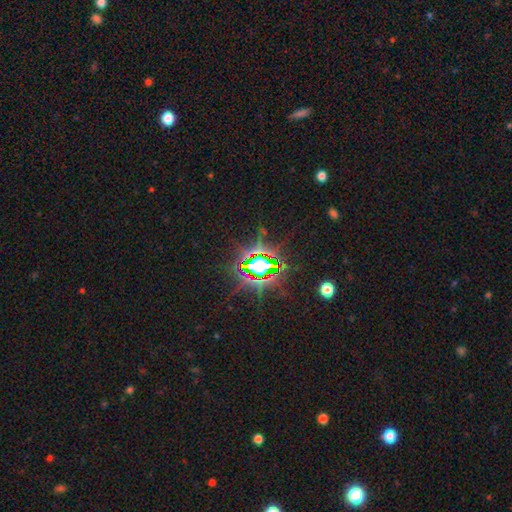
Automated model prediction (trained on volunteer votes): Smooth or featured? Predicted: star or artifact (p=0.83).